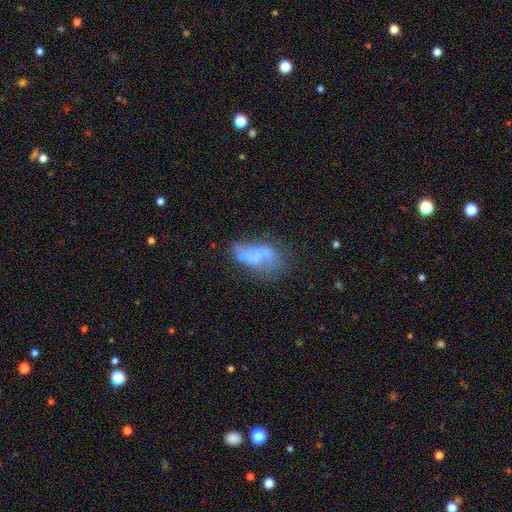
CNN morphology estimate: A featured or disk galaxy (53%) with no bar (66%), no spiral arms (59%) and no central bulge (43%). Merging: none (35%).